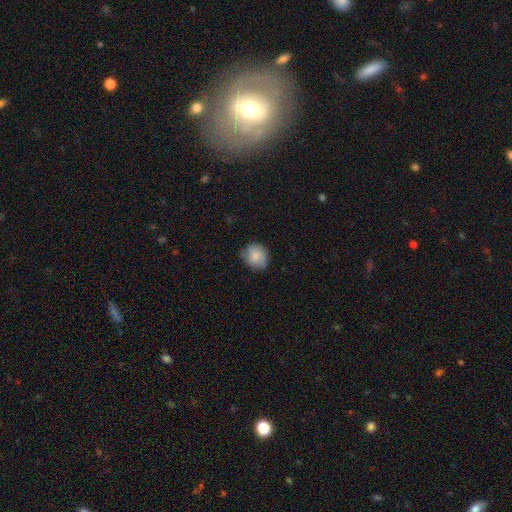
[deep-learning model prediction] Q: Smooth or featured?
A: smooth (85%); runner-up: featured or disk (8%)
Q: How rounded?
A: round (82%); runner-up: in between (17%)
Q: Merging?
A: none (77%); runner-up: minor disturbance (19%)